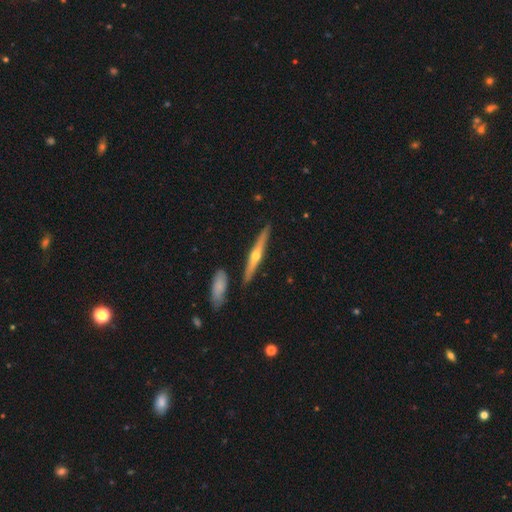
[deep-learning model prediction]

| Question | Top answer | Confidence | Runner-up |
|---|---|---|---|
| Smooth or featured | featured or disk | 72% | smooth (22%) |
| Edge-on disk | yes | 97% | no (3%) |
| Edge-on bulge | rounded | 90% | none (8%) |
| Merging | none | 88% | minor disturbance (7%) |